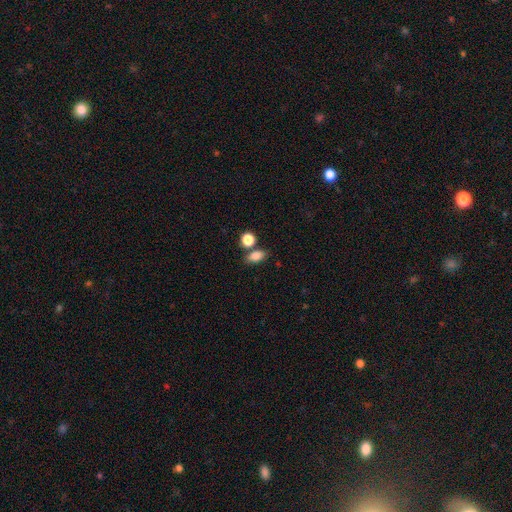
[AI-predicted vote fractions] Smooth or featured? Predicted: smooth (p=0.84). How rounded? Predicted: in between (p=0.80). Merging? Predicted: none (p=0.67).